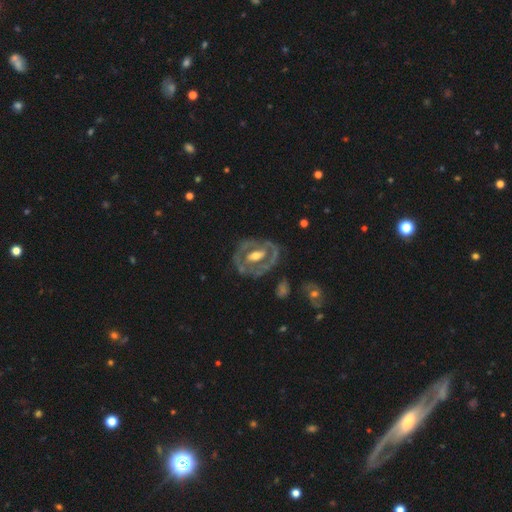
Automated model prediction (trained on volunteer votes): featured or disk 77%, smooth 18%, star or artifact 5%. Down the decision tree: edge-on disk — no (94%); bar — weak (35%, tied with no); spiral arms — no (53%); bulge size — moderate (64%); merging — none (66%).